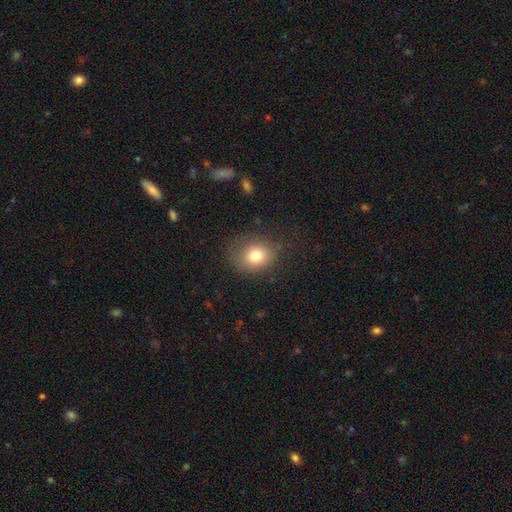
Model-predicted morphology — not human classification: Smooth or featured? Predicted: smooth (p=0.77). How rounded? Predicted: round (p=0.64). Merging? Predicted: none (p=0.72).